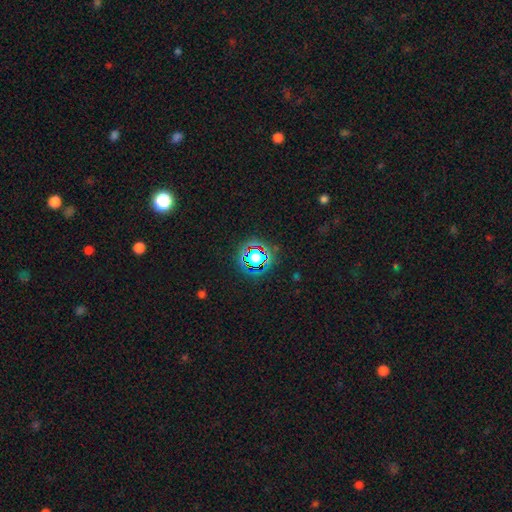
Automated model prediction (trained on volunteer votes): Smooth or featured: star or artifact — 65% (smooth — 23%)